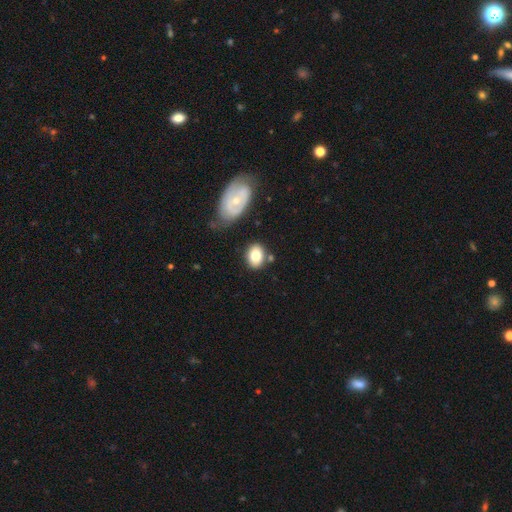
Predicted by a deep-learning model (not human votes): Smooth or featured: smooth — 78% (featured or disk — 15%)
How rounded: in between — 71% (round — 28%)
Merging: none — 72% (minor disturbance — 15%)